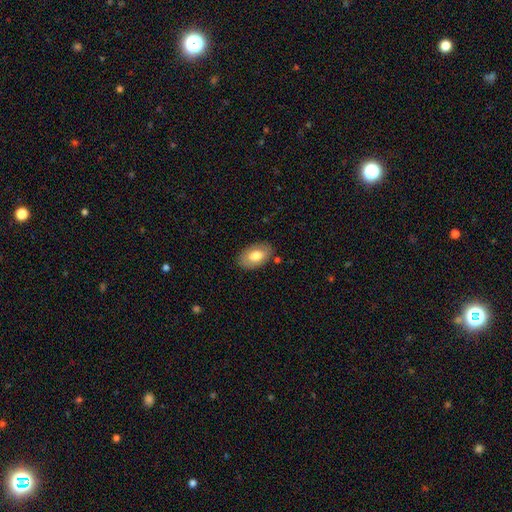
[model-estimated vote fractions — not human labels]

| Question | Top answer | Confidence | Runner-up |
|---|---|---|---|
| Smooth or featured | smooth | 71% | featured or disk (23%) |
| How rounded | in between | 91% | round (7%) |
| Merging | none | 83% | minor disturbance (12%) |